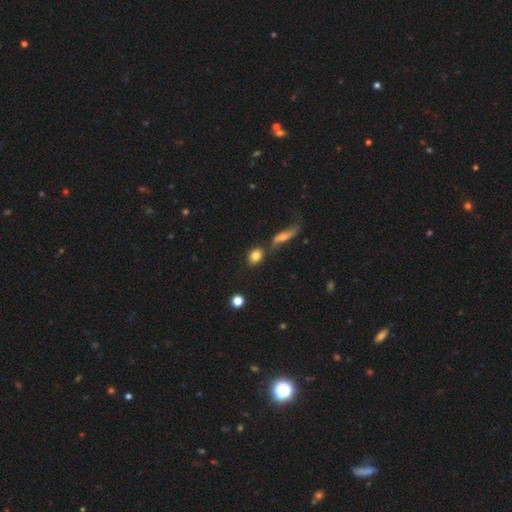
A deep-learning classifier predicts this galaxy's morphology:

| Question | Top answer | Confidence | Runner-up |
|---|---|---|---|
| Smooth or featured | smooth | 81% | featured or disk (10%) |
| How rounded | in between | 56% | round (40%) |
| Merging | none | 66% | merger (18%) |